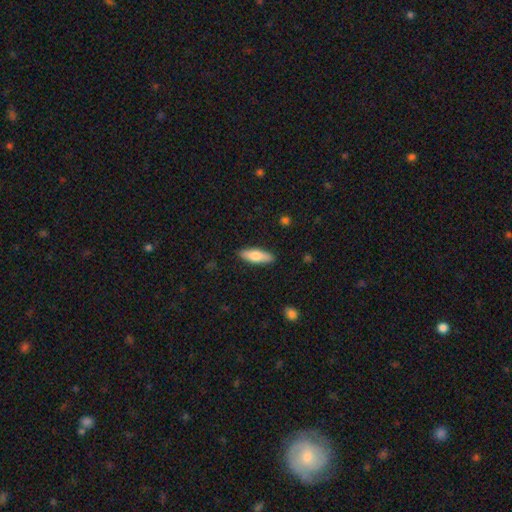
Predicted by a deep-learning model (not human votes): smooth_or_featured: smooth (p=0.73) [alt: featured or disk p=0.21]
how_rounded: in between (p=0.57) [alt: cigar-shaped p=0.40]
merging: none (p=0.89) [alt: minor disturbance p=0.09]